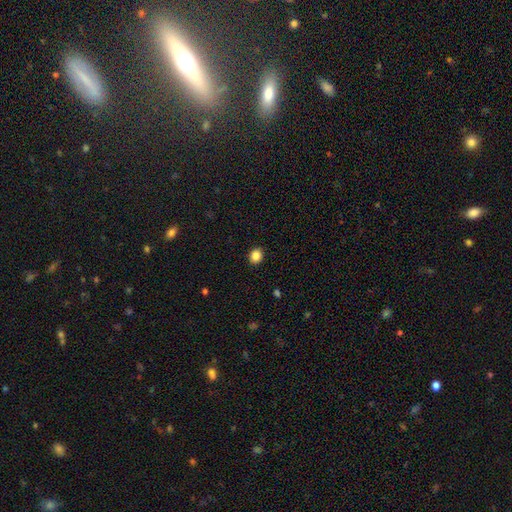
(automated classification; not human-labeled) Smooth or featured?
  - smooth: 86% *
  - star or artifact: 10%
  - featured or disk: 4%
How rounded?
  - round: 65% *
  - in between: 34%
  - cigar-shaped: 1%
Merging?
  - none: 91% *
  - minor disturbance: 6%
  - major disturbance: 2%
  - merger: 1%